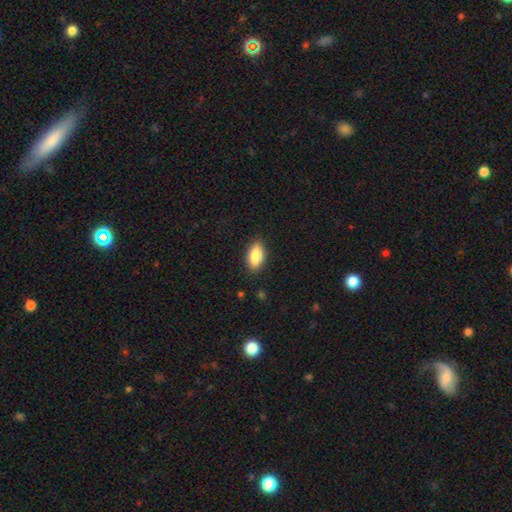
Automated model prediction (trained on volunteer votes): Smooth or featured: smooth — 85% (featured or disk — 8%)
How rounded: in between — 87% (cigar-shaped — 10%)
Merging: none — 87% (minor disturbance — 10%)